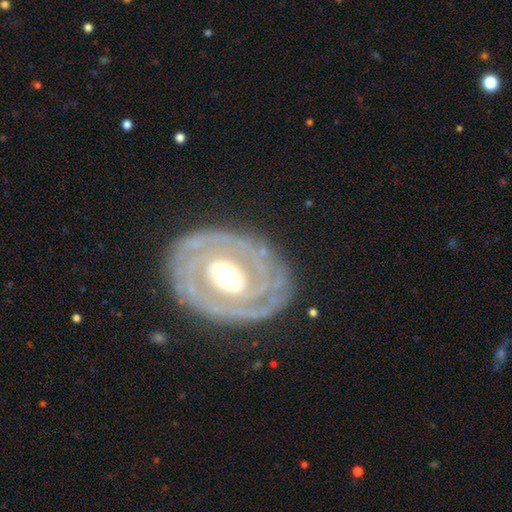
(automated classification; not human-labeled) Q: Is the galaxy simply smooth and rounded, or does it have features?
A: featured or disk — 85%.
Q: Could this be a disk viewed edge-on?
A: no — 96%.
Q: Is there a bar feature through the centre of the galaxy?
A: no — 45%.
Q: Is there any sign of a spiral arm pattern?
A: yes — 80%.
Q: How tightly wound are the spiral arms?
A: tight — 77%.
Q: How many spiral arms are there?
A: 2 — 41%.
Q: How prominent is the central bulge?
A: moderate — 67%.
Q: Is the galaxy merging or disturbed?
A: none — 79%.